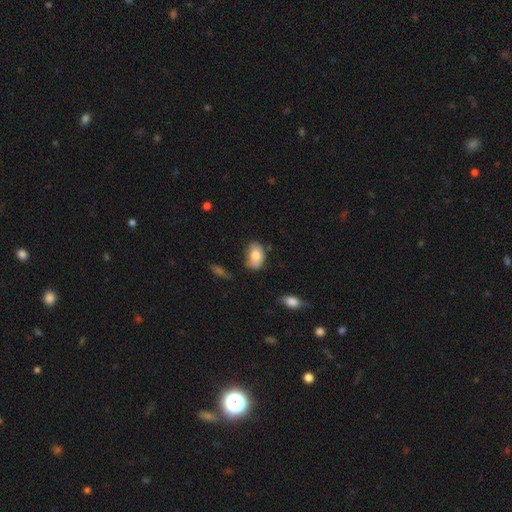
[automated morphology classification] smooth 81%, featured or disk 12%, star or artifact 7%. Down the decision tree: how rounded — in between (87%); merging — none (58%).